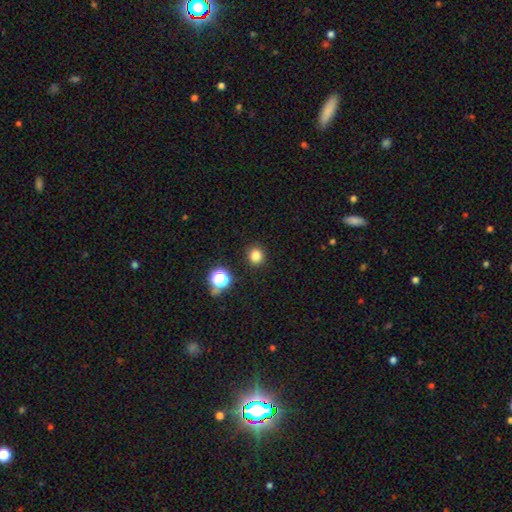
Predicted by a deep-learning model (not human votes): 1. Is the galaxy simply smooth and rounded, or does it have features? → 81% smooth, 15% star or artifact, 4% featured or disk.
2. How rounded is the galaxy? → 88% round, 11% in between, 1% cigar-shaped.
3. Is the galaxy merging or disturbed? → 91% none, 6% minor disturbance, 2% major disturbance, 2% merger.